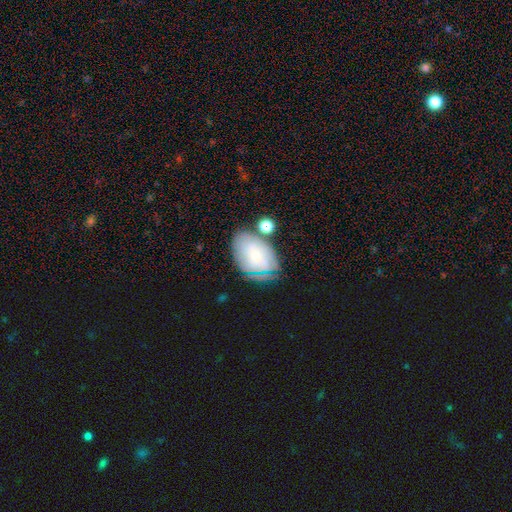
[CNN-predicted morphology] A smooth galaxy with no disk features (47%).

Vote fractions:
- Smooth or featured? smooth: 47% / featured or disk: 43% / star or artifact: 10%
- Merging? none: 62% / minor disturbance: 21% / merger: 10% / major disturbance: 7%